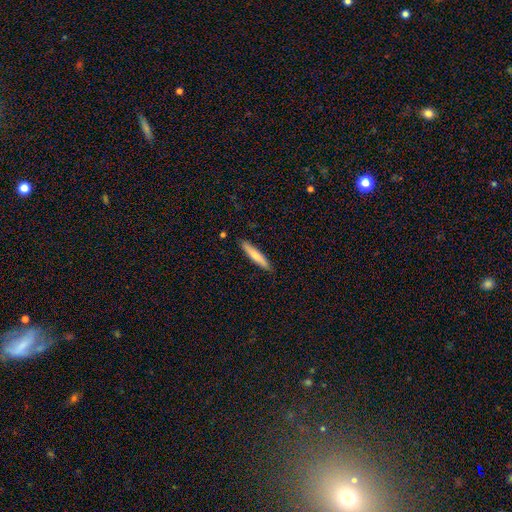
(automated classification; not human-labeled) Overall: smooth (71%). How rounded: cigar-shaped (92%). Merging: none (89%).